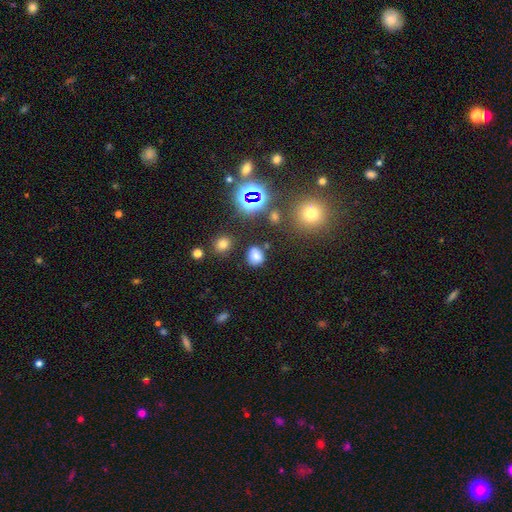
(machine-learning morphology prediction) This is likely a smooth galaxy (68%). How rounded: likely round (61%). Merging: likely none (75%).